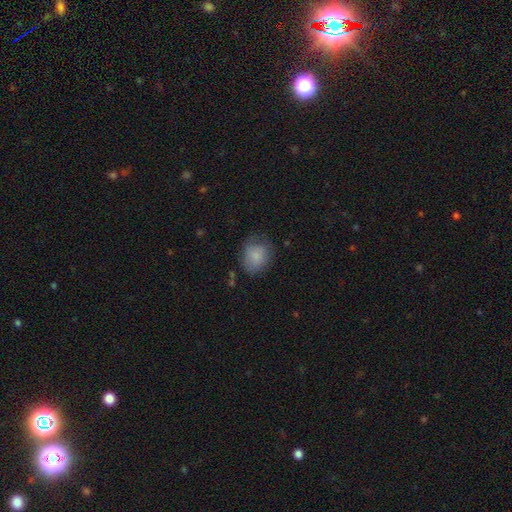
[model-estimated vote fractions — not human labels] This is clearly a smooth galaxy (82%). How rounded: possibly round (56%). Merging: likely none (62%).